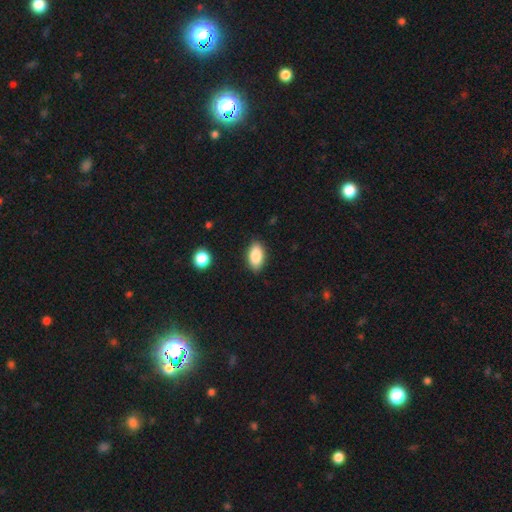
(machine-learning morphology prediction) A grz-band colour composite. It shows a smooth galaxy with no disk features (86%) that is in between round and cigar-shaped (92%). Merging: none (88%).